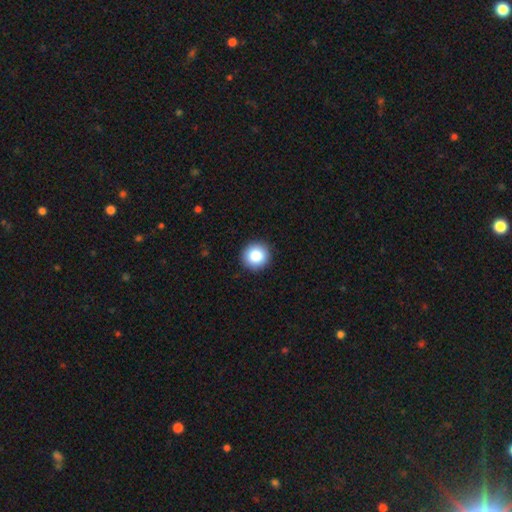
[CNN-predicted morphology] smooth-or-featured: smooth: 87% | star or artifact: 9% | featured or disk: 4%
  how-rounded: round: 95% | in between: 4% | cigar-shaped: 1%
  merging: none: 92% | minor disturbance: 5% | major disturbance: 2% | merger: 1%